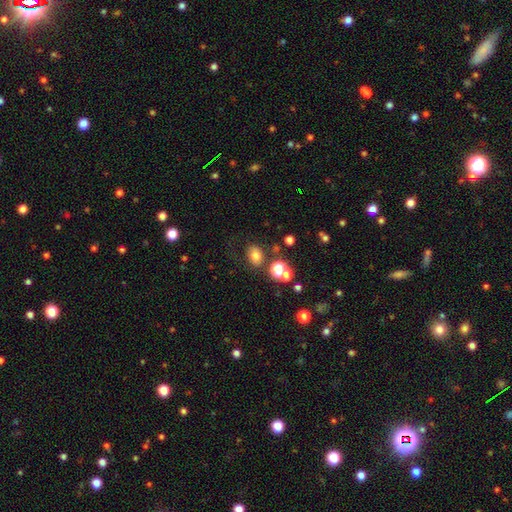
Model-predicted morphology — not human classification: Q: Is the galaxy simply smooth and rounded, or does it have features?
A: smooth — 71%.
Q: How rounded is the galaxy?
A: in between — 64%.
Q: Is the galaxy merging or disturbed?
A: none — 66%.